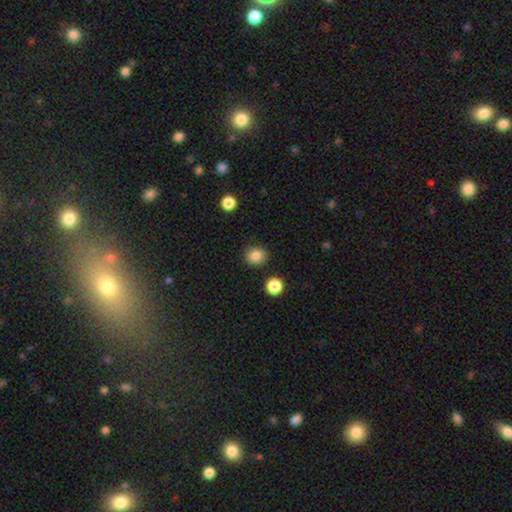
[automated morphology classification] The model was most divided on "how rounded": round: 83%, in between: 16%, cigar-shaped: 1%. More confident: merging — none (88%); smooth or featured — smooth (84%).